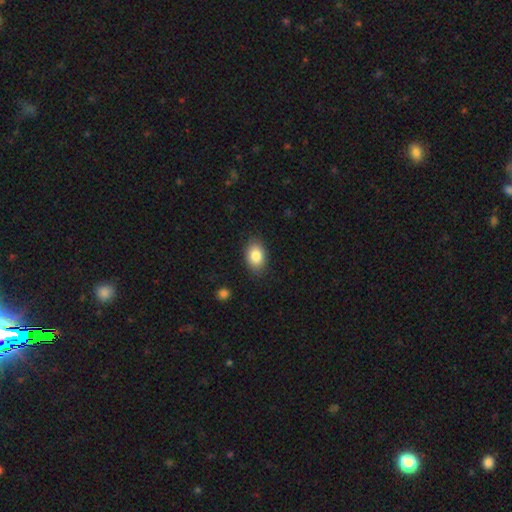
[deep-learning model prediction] Morphology: type=smooth (84%); roundness=in between (85%); merging=none (86%).